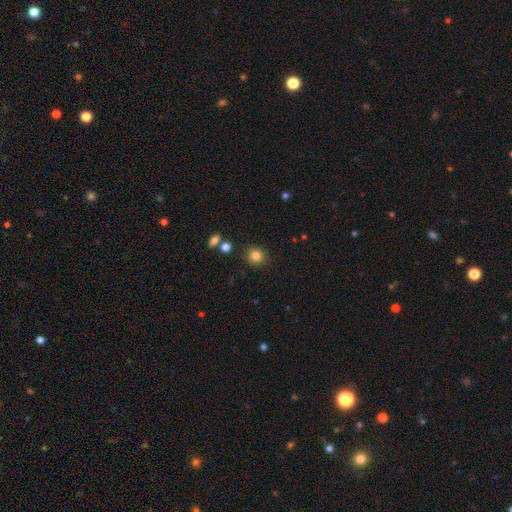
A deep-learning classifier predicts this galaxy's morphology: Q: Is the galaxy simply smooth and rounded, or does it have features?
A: smooth — 83%.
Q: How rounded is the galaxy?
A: round — 87%.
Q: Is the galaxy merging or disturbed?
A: none — 87%.